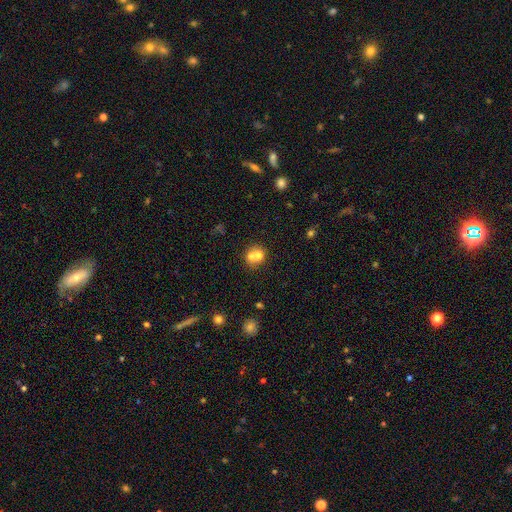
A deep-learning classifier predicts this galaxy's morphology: Smooth or featured: smooth — 67% (featured or disk — 22%)
How rounded: round — 77% (in between — 22%)
Merging: merger — 62% (none — 29%)